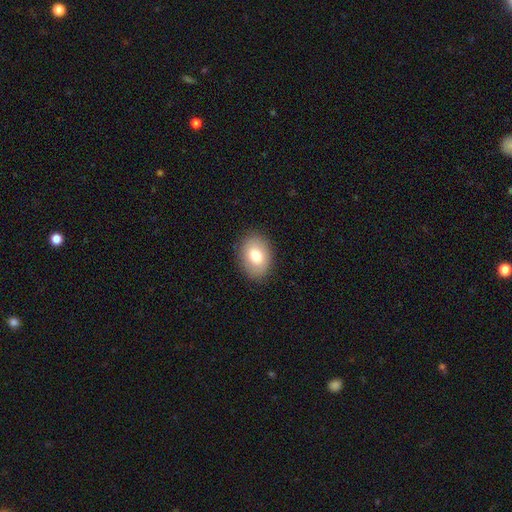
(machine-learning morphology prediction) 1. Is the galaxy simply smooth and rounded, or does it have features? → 77% smooth, 15% featured or disk, 8% star or artifact.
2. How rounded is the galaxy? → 74% in between, 25% round, 1% cigar-shaped.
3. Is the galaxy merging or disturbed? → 87% none, 9% minor disturbance, 3% major disturbance, 1% merger.